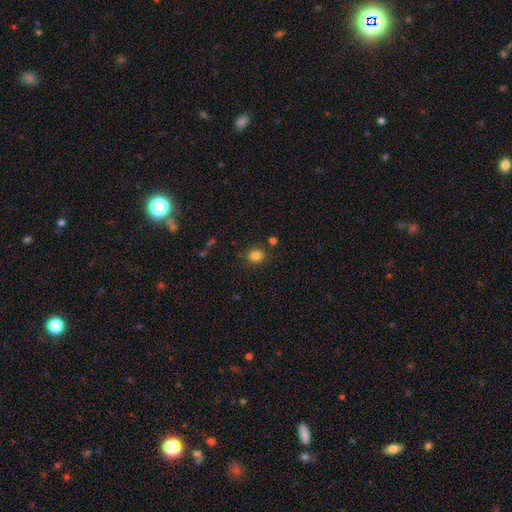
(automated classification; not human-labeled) Smooth or featured? smooth (83%)
How rounded? round (74%)
Merging? none (83%)